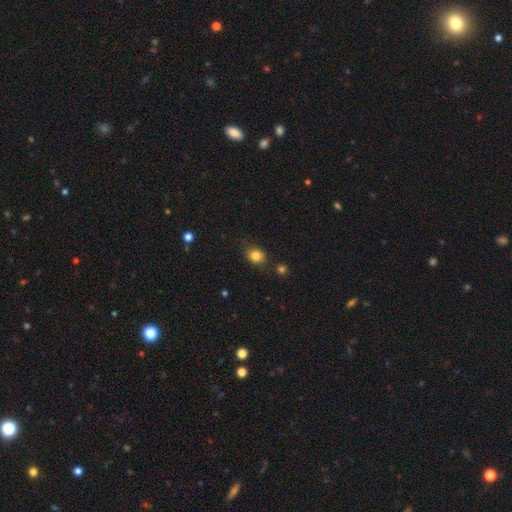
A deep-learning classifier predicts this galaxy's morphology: Smooth or featured? Predicted: smooth (p=0.82). How rounded? Predicted: round (p=0.55). Merging? Predicted: none (p=0.77).